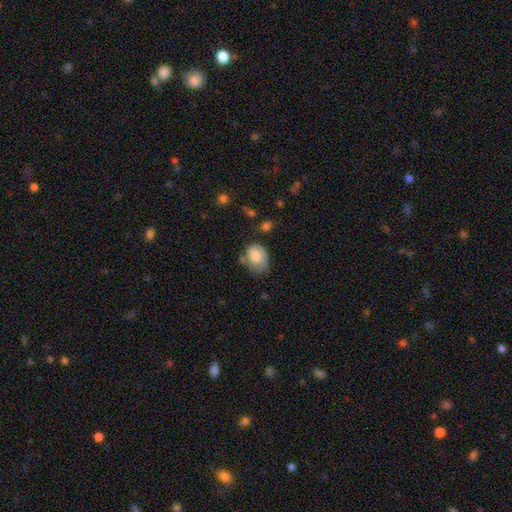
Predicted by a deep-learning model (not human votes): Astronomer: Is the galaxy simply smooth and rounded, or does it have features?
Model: smooth — 81%.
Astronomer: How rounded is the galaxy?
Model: in between — 65%.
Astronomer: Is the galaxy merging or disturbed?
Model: none — 45% (runner-up: minor disturbance, 35%).